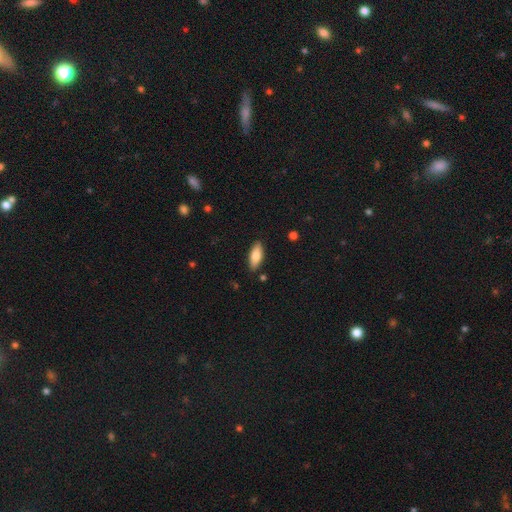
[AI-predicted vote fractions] Morphology: type=smooth (79%); roundness=in between (76%); merging=none (87%).